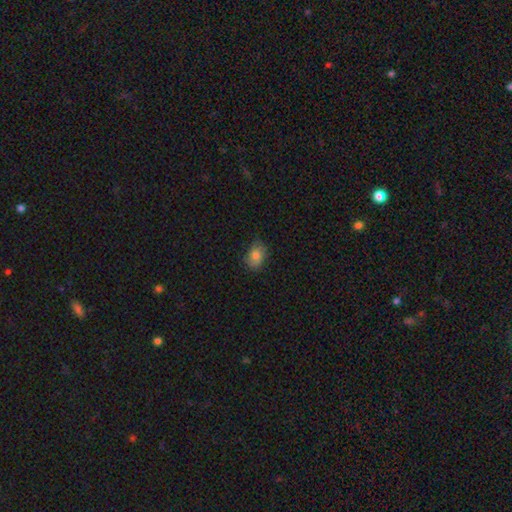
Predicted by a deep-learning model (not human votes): smooth 81%, featured or disk 10%, star or artifact 9%. Down the decision tree: how rounded — in between (74%); merging — none (71%).